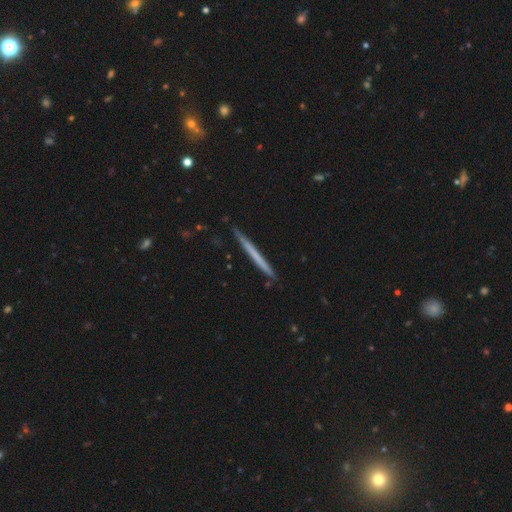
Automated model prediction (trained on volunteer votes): Overall: smooth (51%; featured or disk 44%). How rounded: cigar-shaped (97%). Merging: none (90%).